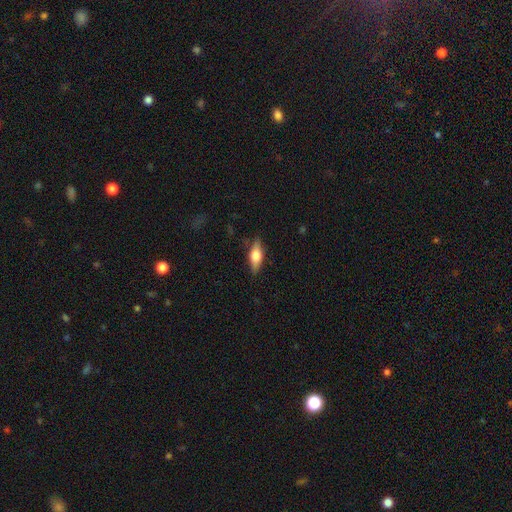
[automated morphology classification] This is possibly a smooth galaxy (51%). How rounded: likely in between (66%). Merging: clearly none (82%).